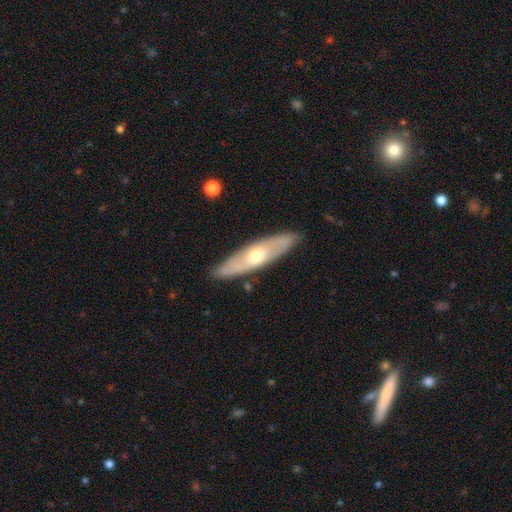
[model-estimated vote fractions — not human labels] featured or disk 60%, smooth 35%, star or artifact 5%. Down the decision tree: edge-on disk — no (55%); merging — none (85%).